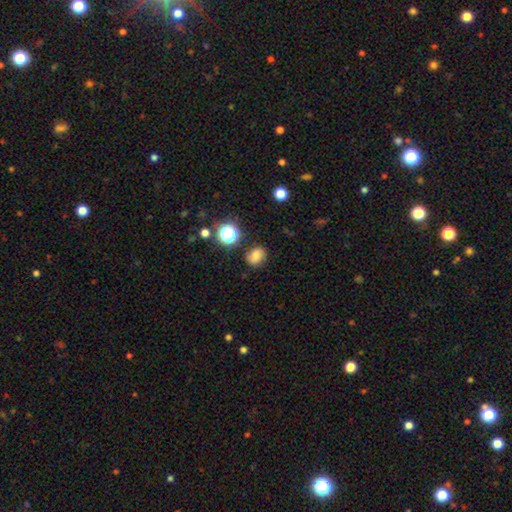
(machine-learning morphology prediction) Q: Smooth or featured?
A: smooth (72%); runner-up: star or artifact (16%)
Q: How rounded?
A: round (51%); runner-up: in between (48%)
Q: Merging?
A: none (78%); runner-up: minor disturbance (15%)